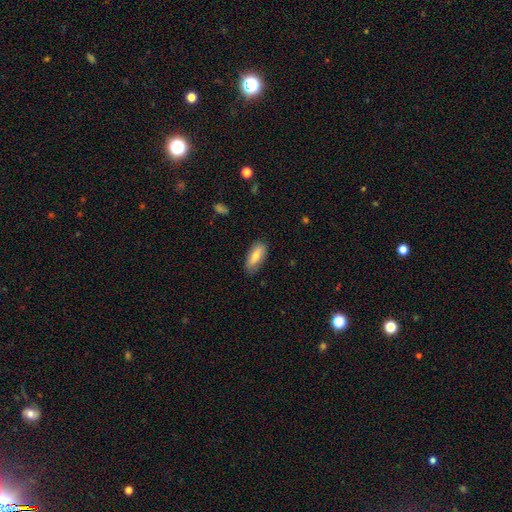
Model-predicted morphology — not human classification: This is likely a smooth galaxy (76%). How rounded: clearly in between (80%). Merging: clearly none (81%).